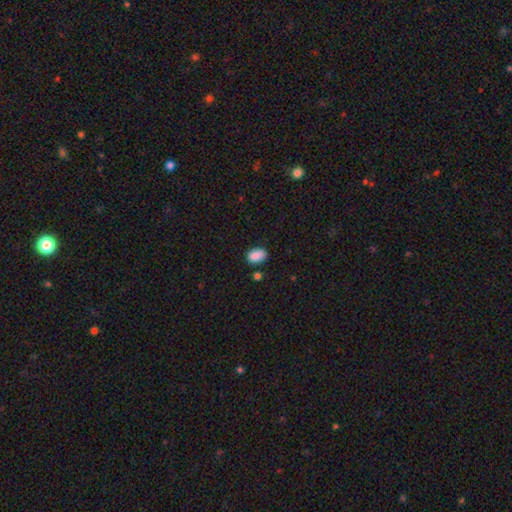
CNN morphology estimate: Smooth or featured?
  - smooth: 87% *
  - star or artifact: 8%
  - featured or disk: 5%
How rounded?
  - in between: 85% *
  - round: 14%
  - cigar-shaped: 1%
Merging?
  - none: 72% *
  - minor disturbance: 19%
  - merger: 5%
  - major disturbance: 4%